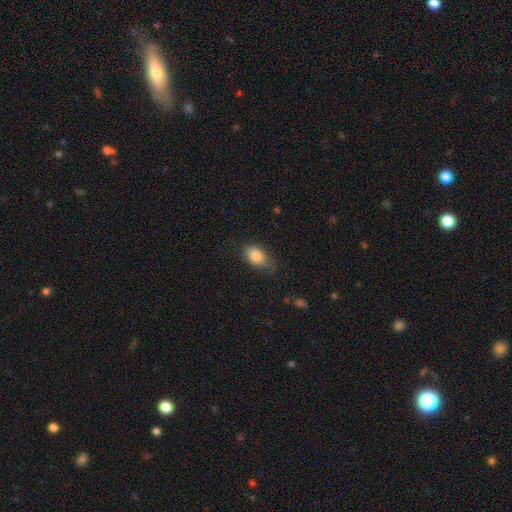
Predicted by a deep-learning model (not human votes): This is clearly a smooth galaxy (85%). How rounded: clearly in between (86%). Merging: likely none (63%).